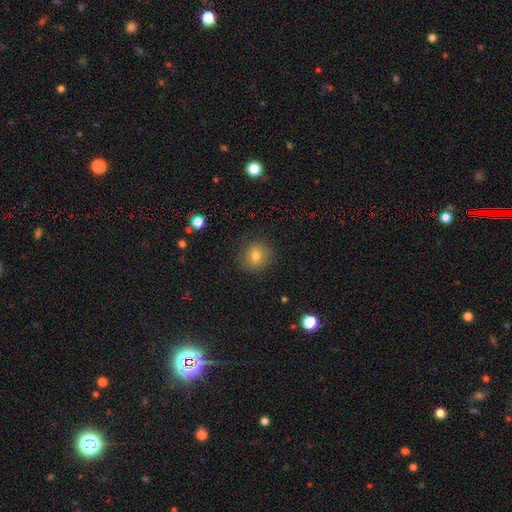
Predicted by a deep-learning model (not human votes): Morphology: type=smooth (77%); roundness=round (83%); merging=none (85%).